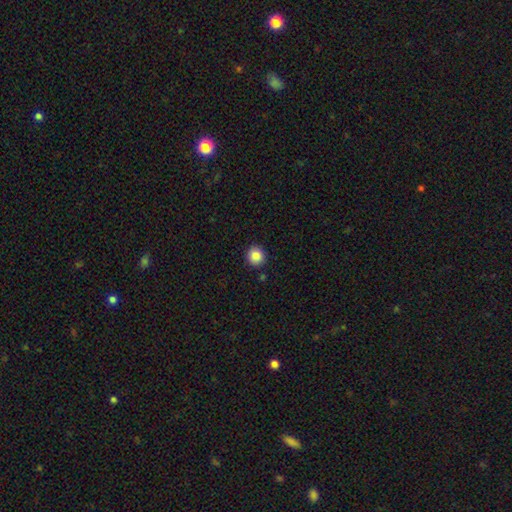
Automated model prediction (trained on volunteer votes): smooth-or-featured: smooth: 85% | star or artifact: 10% | featured or disk: 5%
  how-rounded: round: 94% | in between: 6% | cigar-shaped: 1%
  merging: none: 90% | minor disturbance: 6% | merger: 2% | major disturbance: 2%